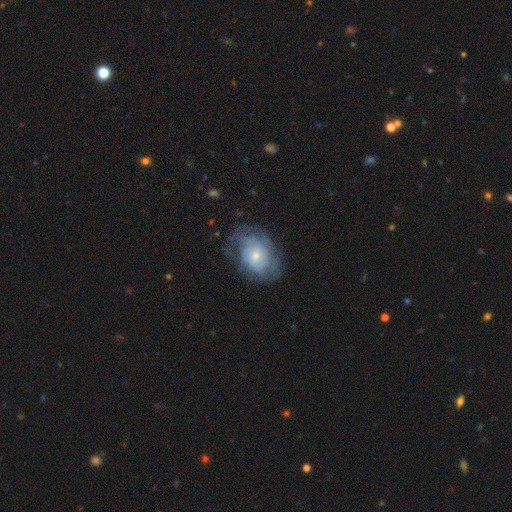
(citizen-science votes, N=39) smooth_or_featured: featured or disk (p=0.64) [alt: smooth p=0.33]
disk_edge_on: no (p=0.96) [alt: yes p=0.04]
bar: no (p=0.62) [alt: weak p=0.38]
has_spiral_arms: no (p=0.58) [alt: yes p=0.42]
bulge_size: small (p=0.71) [alt: moderate p=0.29]
merging: none (p=0.61) [alt: major disturbance p=0.21]